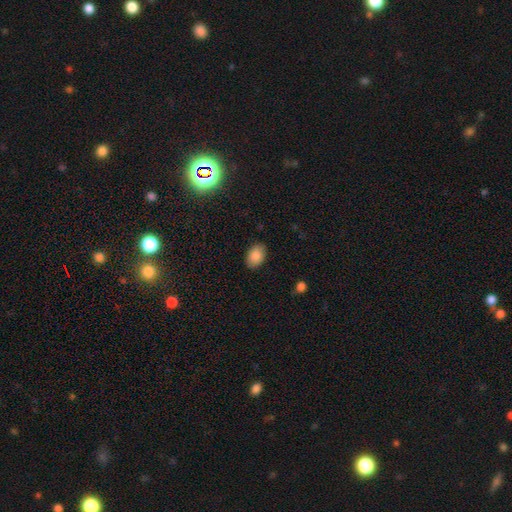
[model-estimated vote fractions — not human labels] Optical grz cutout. It shows a smooth galaxy with no disk features (88%) that is in between round and cigar-shaped (88%). Merging: none (87%).